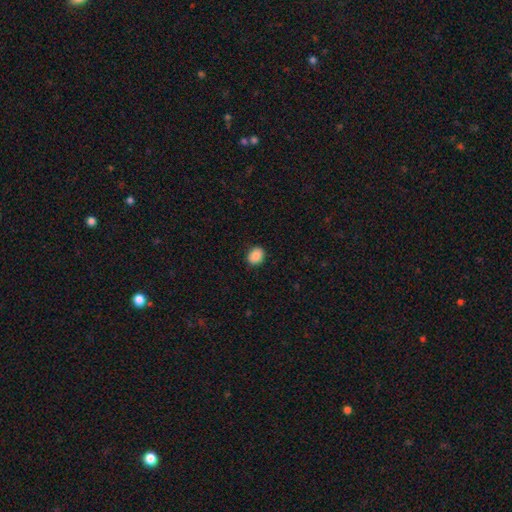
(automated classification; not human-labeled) This is clearly a smooth galaxy (88%). How rounded: possibly round (51%). Merging: clearly none (89%).